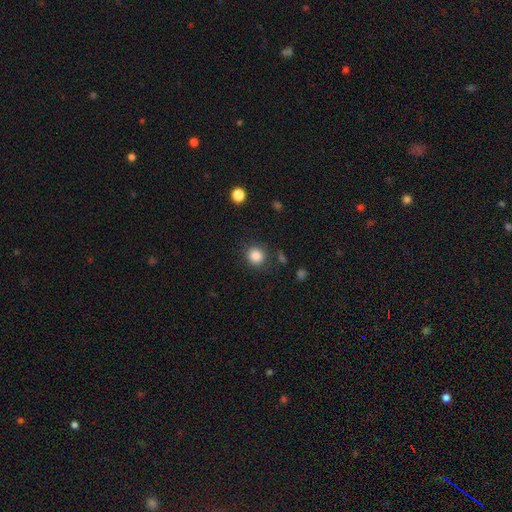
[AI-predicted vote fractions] A smooth galaxy with no disk features (86%) that is round (87%). Merging: none (84%).